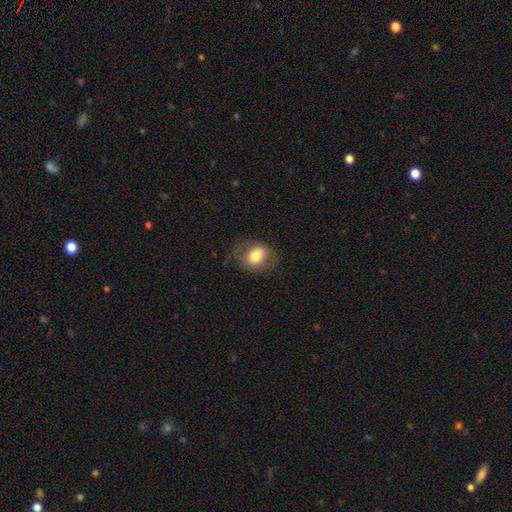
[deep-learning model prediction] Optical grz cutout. It shows a smooth galaxy with no disk features (69%) that is in between round and cigar-shaped (57%). Merging: none (71%).